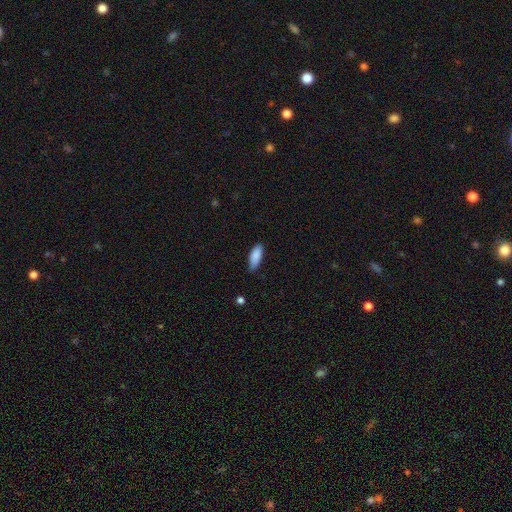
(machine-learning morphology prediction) smooth-or-featured: smooth: 88% | star or artifact: 6% | featured or disk: 5%
  how-rounded: in between: 77% | cigar-shaped: 21% | round: 2%
  merging: none: 78% | minor disturbance: 18% | major disturbance: 3% | merger: 1%